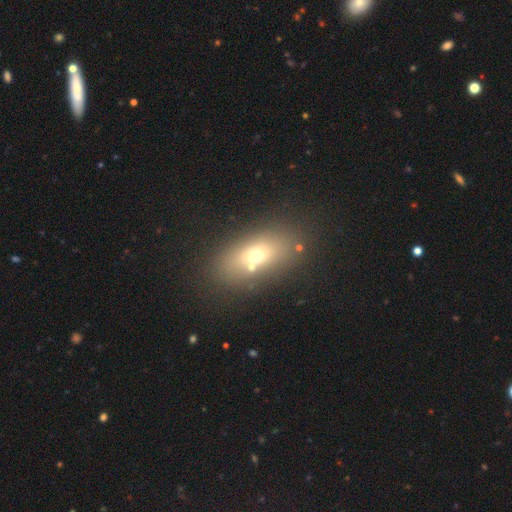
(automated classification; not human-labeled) This appears to be a smooth galaxy with no disk features (61%) that is in between round and cigar-shaped (75%). Merging: none (67%).